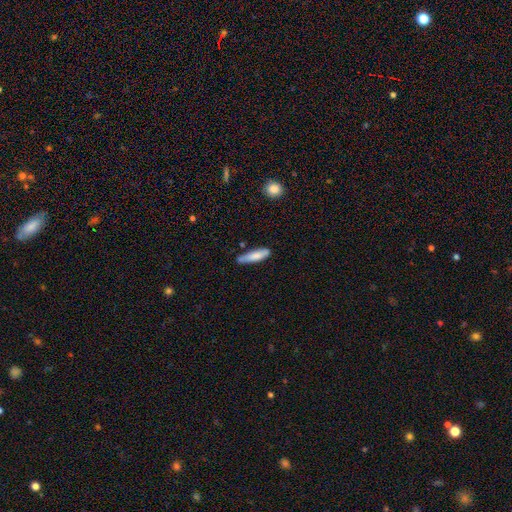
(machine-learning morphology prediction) smooth-or-featured: smooth: 79% | featured or disk: 15% | star or artifact: 6%
  how-rounded: cigar-shaped: 74% | in between: 24% | round: 2%
  merging: none: 67% | minor disturbance: 25% | major disturbance: 4% | merger: 4%